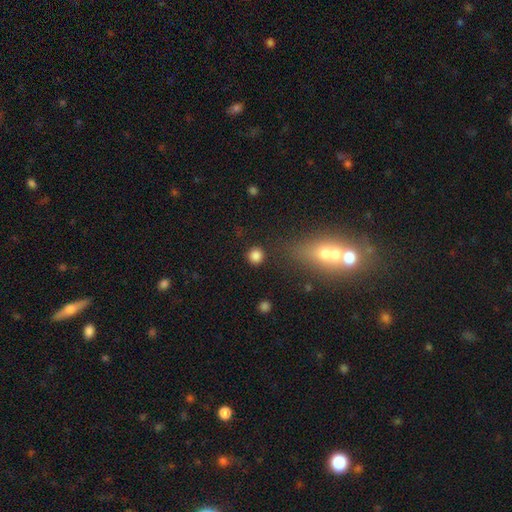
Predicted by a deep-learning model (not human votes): Smooth or featured? Predicted: smooth (p=0.84). How rounded? Predicted: round (p=0.92). Merging? Predicted: none (p=0.88).